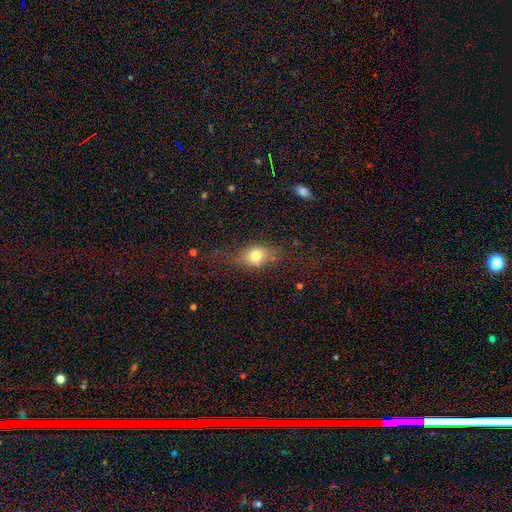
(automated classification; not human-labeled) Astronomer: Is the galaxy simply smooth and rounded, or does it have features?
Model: smooth — 74%.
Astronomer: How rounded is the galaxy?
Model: in between — 72%.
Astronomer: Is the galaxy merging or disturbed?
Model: none — 66%.